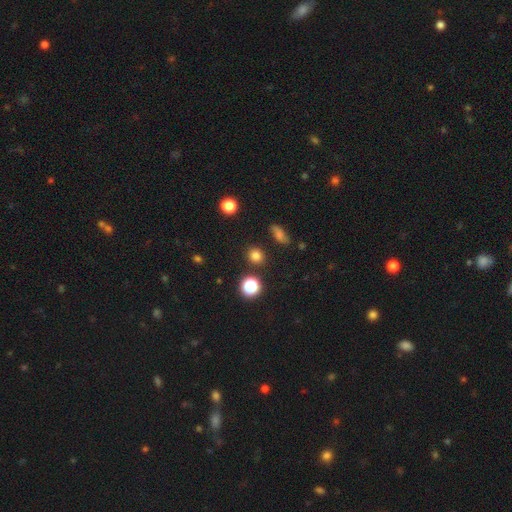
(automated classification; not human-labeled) This is likely a smooth galaxy (76%). How rounded: clearly round (81%). Merging: clearly none (86%).